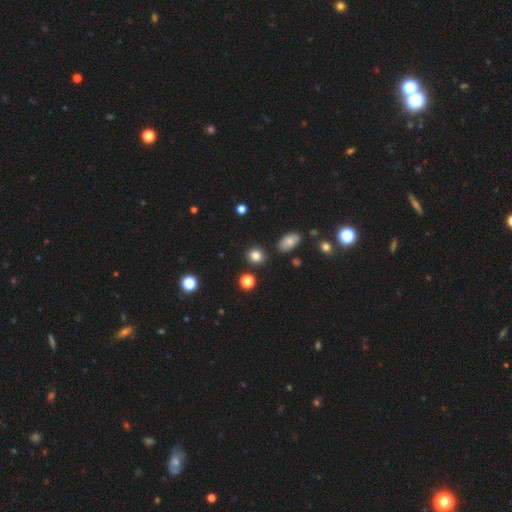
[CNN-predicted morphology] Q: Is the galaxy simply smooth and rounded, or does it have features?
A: smooth — 83%.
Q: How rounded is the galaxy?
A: round — 81%.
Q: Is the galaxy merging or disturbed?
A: none — 88%.